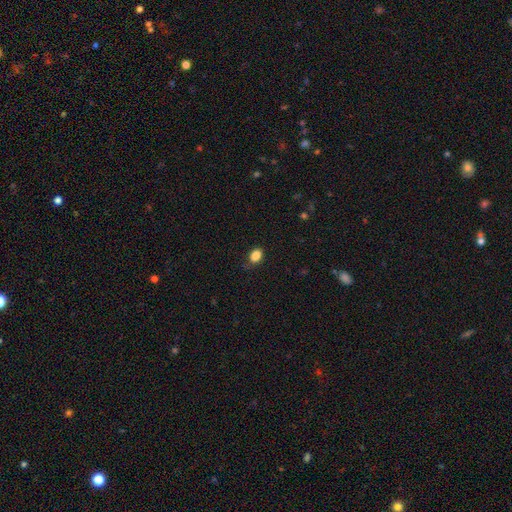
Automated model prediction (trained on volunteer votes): Smooth or featured: smooth — 86% (star or artifact — 10%)
How rounded: in between — 68% (round — 30%)
Merging: none — 77% (minor disturbance — 18%)